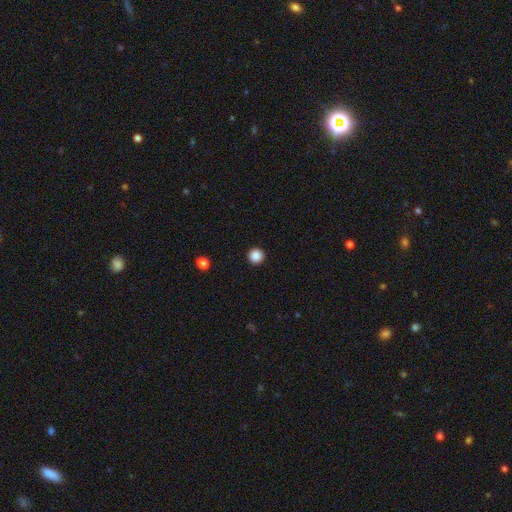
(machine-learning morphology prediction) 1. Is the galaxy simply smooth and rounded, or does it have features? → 88% smooth, 10% star or artifact, 2% featured or disk.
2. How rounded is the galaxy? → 96% round, 3% in between, 1% cigar-shaped.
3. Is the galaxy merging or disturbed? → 94% none, 4% minor disturbance, 2% major disturbance, 1% merger.